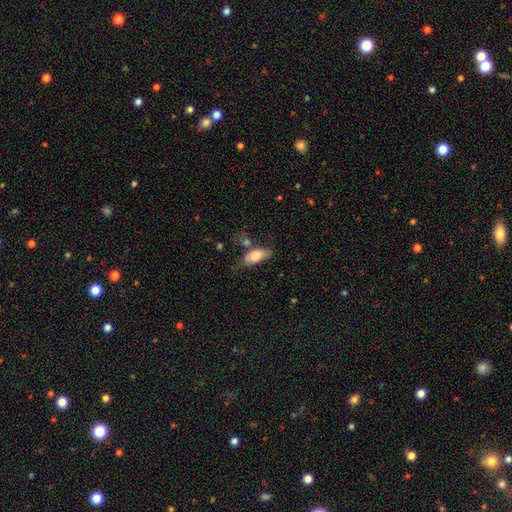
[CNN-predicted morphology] smooth_or_featured: smooth (p=0.77) [alt: featured or disk p=0.16]
how_rounded: in between (p=0.83) [alt: cigar-shaped p=0.14]
merging: none (p=0.45) [alt: minor disturbance p=0.28]